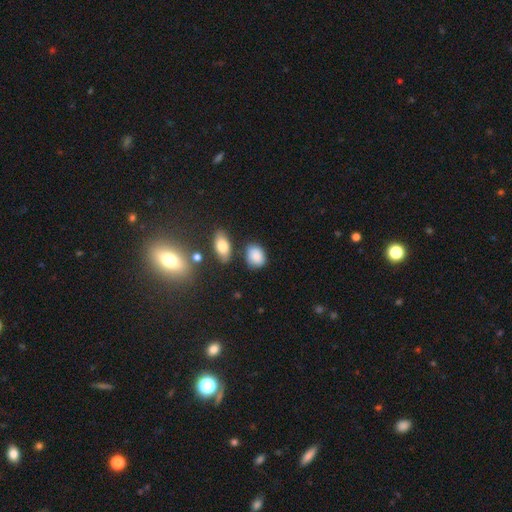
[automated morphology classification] Smooth or featured?
  - smooth: 84% *
  - star or artifact: 9%
  - featured or disk: 6%
How rounded?
  - in between: 67% *
  - round: 31%
  - cigar-shaped: 2%
Merging?
  - none: 68% *
  - minor disturbance: 20%
  - merger: 7%
  - major disturbance: 5%